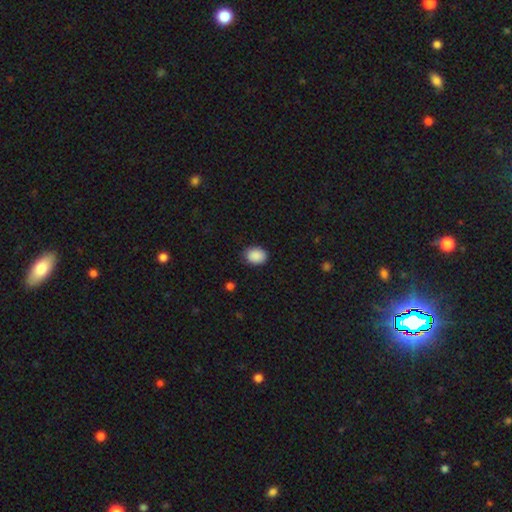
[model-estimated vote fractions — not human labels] A smooth galaxy with no disk features (90%) that is in between round and cigar-shaped (61%).

Vote fractions:
- Smooth or featured? smooth: 90% / star or artifact: 8% / featured or disk: 3%
- How rounded? in between: 61% / round: 38% / cigar-shaped: 1%
- Merging? none: 86% / minor disturbance: 10% / major disturbance: 2% / merger: 1%